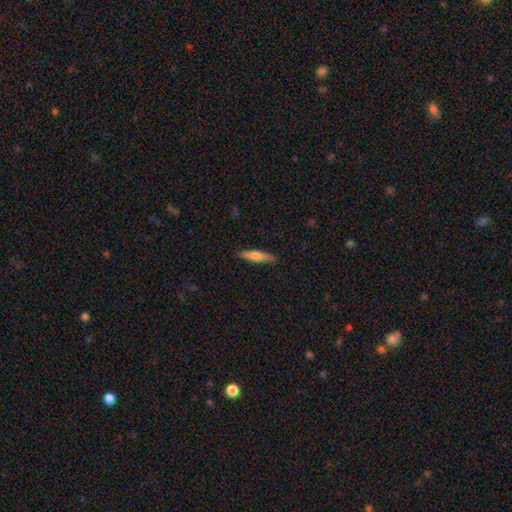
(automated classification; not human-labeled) Smooth or featured: smooth — 65% (featured or disk — 29%)
How rounded: cigar-shaped — 83% (in between — 16%)
Merging: none — 88% (minor disturbance — 9%)